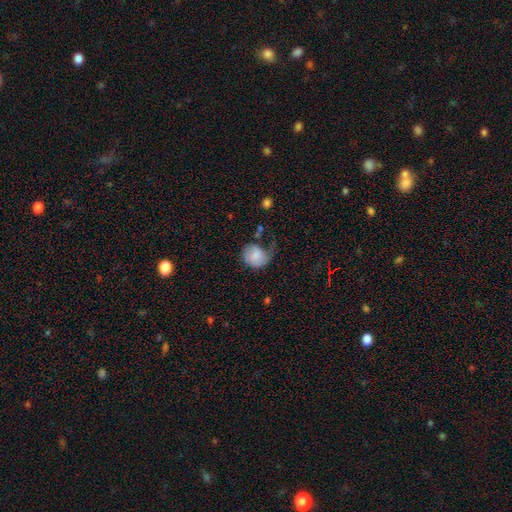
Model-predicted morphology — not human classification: smooth-or-featured: smooth: 75% | featured or disk: 18% | star or artifact: 7%
  how-rounded: round: 65% | in between: 34% | cigar-shaped: 1%
  merging: major disturbance: 36% | none: 31% | minor disturbance: 29% | merger: 4%